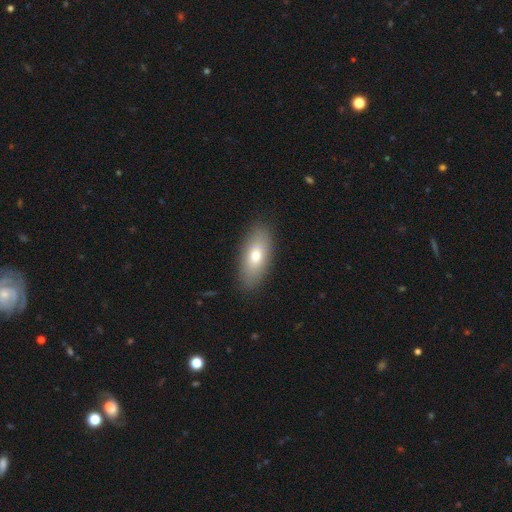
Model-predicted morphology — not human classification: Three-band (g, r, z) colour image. It shows a smooth galaxy with no disk features (72%) that is in between round and cigar-shaped (85%). Merging: none (87%).